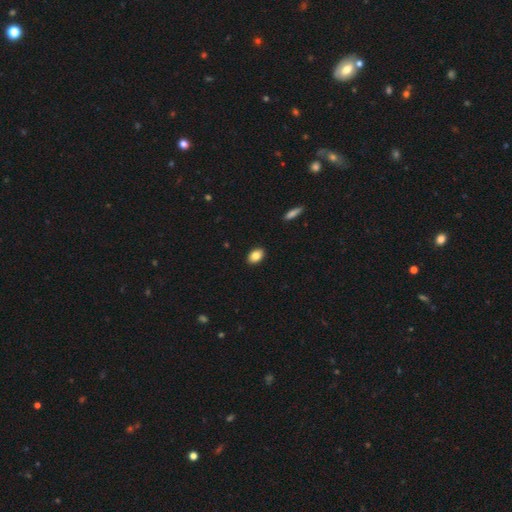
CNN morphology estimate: type=smooth (85%); roundness=in between (85%); merging=none (90%).